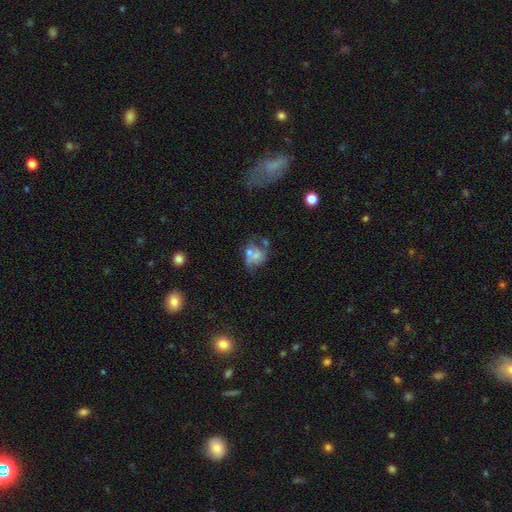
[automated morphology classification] Smooth or featured? featured or disk (47%)
Merging? merger (34%)